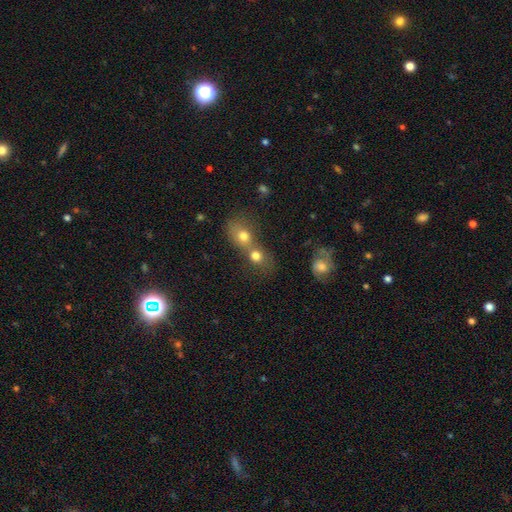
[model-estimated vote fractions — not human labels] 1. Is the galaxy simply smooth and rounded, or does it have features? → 73% smooth, 14% featured or disk, 13% star or artifact.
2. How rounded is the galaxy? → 68% round, 30% in between, 2% cigar-shaped.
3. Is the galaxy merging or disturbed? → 63% merger, 27% none, 6% minor disturbance, 4% major disturbance.